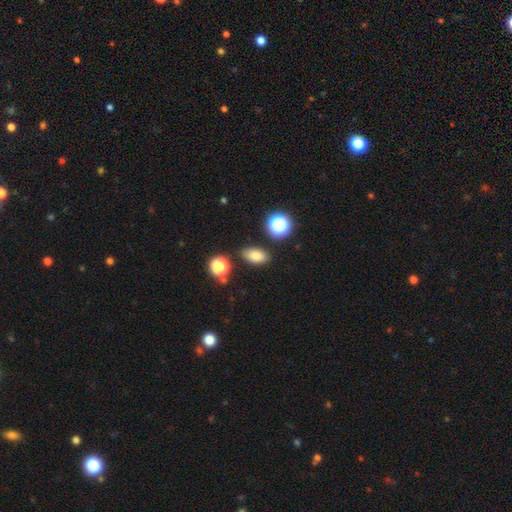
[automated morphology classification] This appears to be a smooth galaxy with no disk features (80%) that is in between round and cigar-shaped (87%). Merging: none (83%).